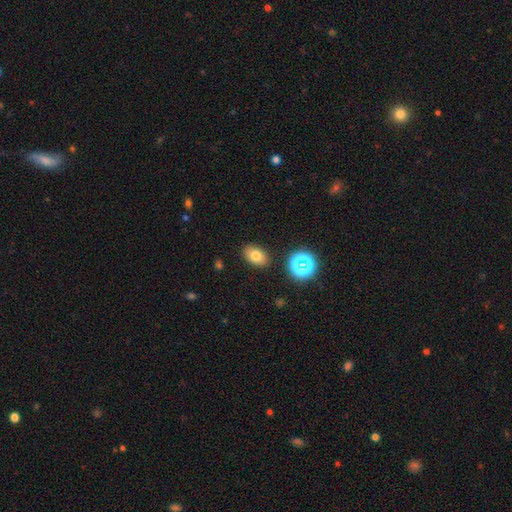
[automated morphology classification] Smooth or featured? Predicted: smooth (p=0.75). How rounded? Predicted: in between (p=0.84). Merging? Predicted: none (p=0.87).